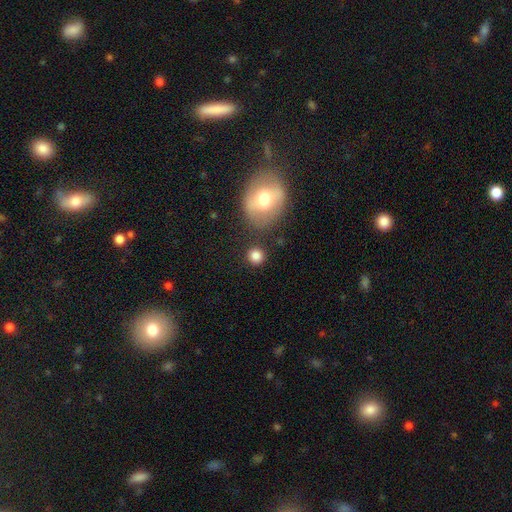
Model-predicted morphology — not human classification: Smooth or featured? smooth (84%)
How rounded? round (89%)
Merging? none (82%)